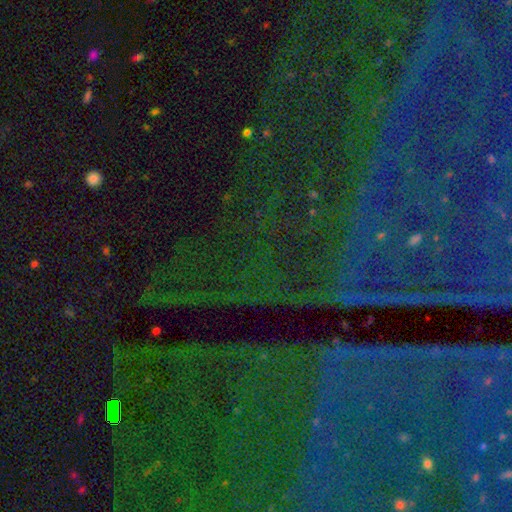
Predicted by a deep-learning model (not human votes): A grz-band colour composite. It shows a star or artifact, not a galaxy (84%).